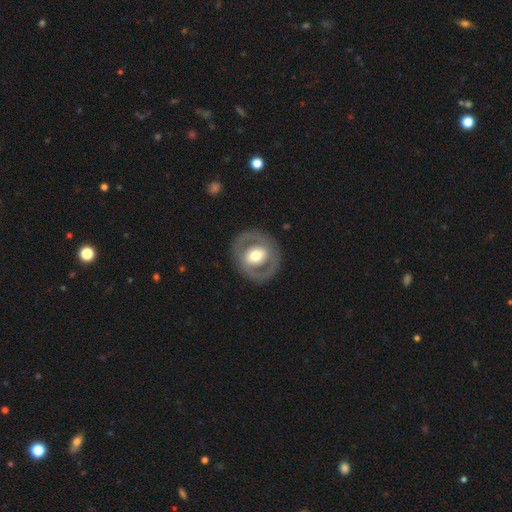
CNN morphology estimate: smooth_or_featured: featured or disk (p=0.64) [alt: smooth p=0.31]
disk_edge_on: no (p=0.95) [alt: yes p=0.05]
bar: no (p=0.50) [alt: weak p=0.31]
has_spiral_arms: no (p=0.65) [alt: yes p=0.35]
bulge_size: moderate (p=0.61) [alt: large p=0.31]
merging: none (p=0.84) [alt: minor disturbance p=0.09]